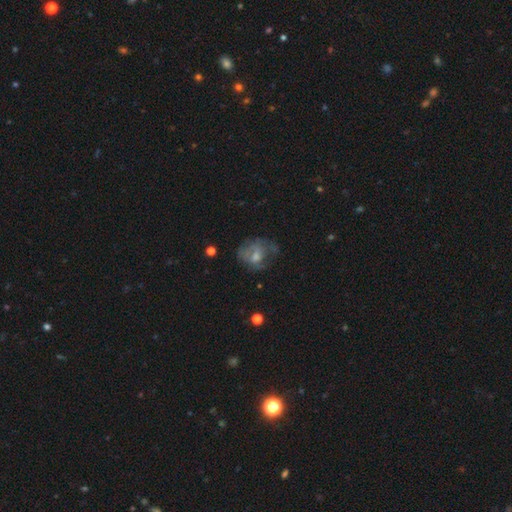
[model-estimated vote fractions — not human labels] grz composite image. It shows a featured or disk galaxy (43%). Merging: none (48%).